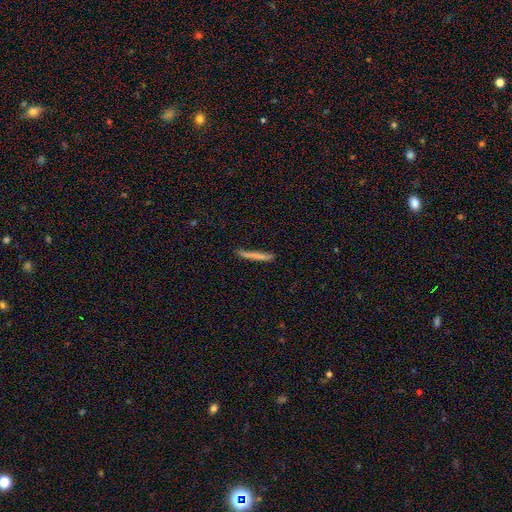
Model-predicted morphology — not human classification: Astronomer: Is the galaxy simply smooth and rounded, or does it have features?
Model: smooth — 72%.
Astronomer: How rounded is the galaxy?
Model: cigar-shaped — 96%.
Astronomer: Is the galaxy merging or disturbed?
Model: none — 82%.